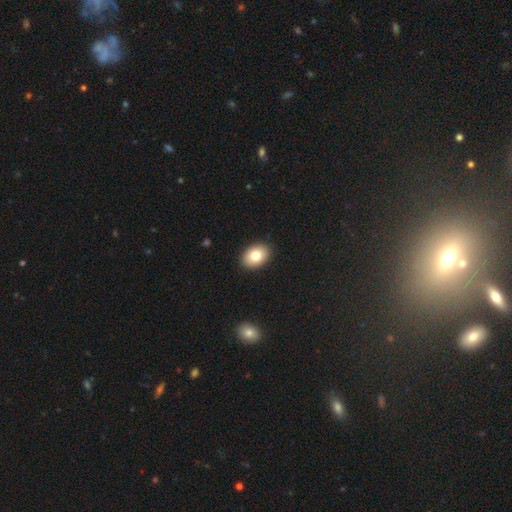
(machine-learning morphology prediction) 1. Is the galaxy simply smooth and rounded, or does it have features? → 80% smooth, 12% featured or disk, 8% star or artifact.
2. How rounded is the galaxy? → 78% in between, 21% round, 1% cigar-shaped.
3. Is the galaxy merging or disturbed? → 91% none, 7% minor disturbance, 2% major disturbance, 1% merger.